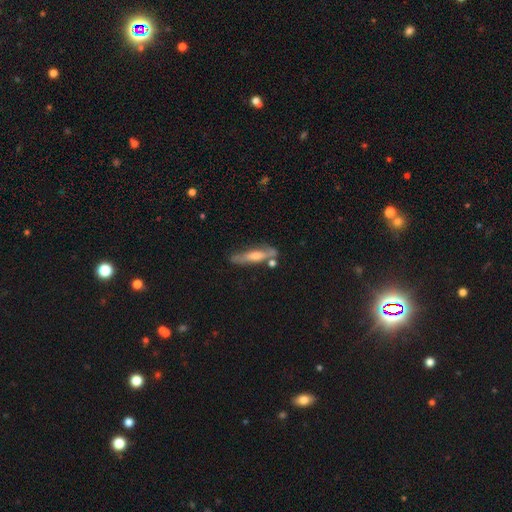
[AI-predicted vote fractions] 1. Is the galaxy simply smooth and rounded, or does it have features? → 54% featured or disk, 36% smooth, 11% star or artifact.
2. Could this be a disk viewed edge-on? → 77% yes, 23% no.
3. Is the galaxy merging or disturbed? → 65% none, 19% minor disturbance, 11% merger, 6% major disturbance.